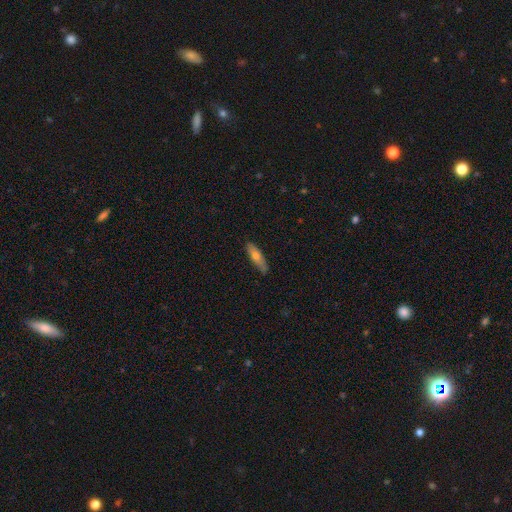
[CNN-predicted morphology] Smooth or featured? smooth (64%)
How rounded? cigar-shaped (60%)
Merging? none (81%)